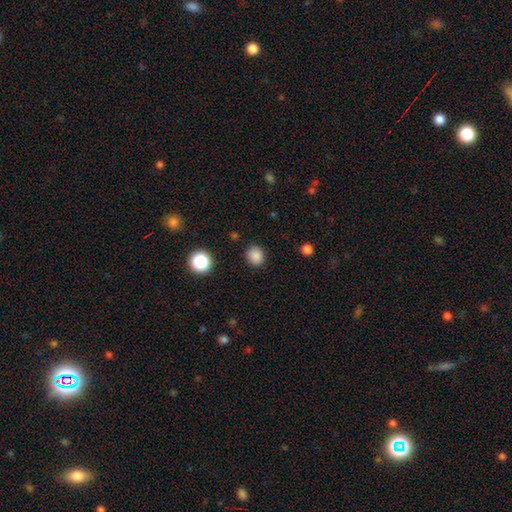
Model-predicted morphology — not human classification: Overall: smooth (85%). How rounded: round (78%). Merging: none (88%).